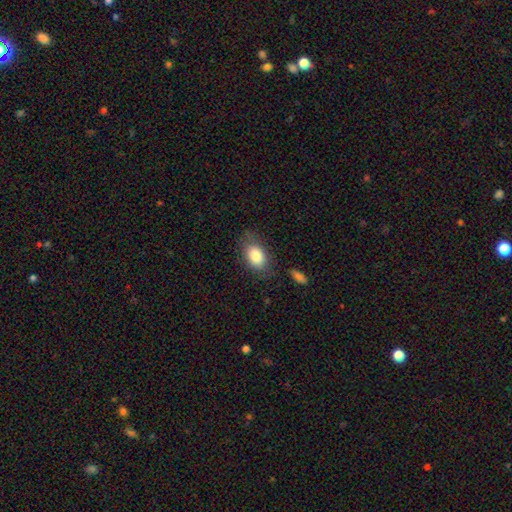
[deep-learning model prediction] A smooth galaxy with no disk features (82%) that is in between round and cigar-shaped (87%). Merging: none (72%).